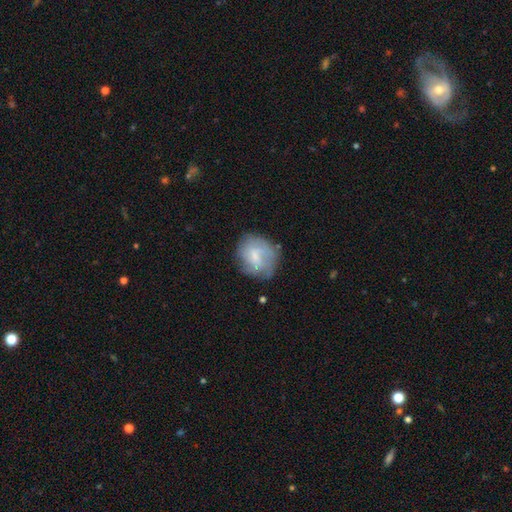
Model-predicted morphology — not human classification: Smooth or featured: smooth — 48% (featured or disk — 44%)
Merging: none — 60% (minor disturbance — 25%)